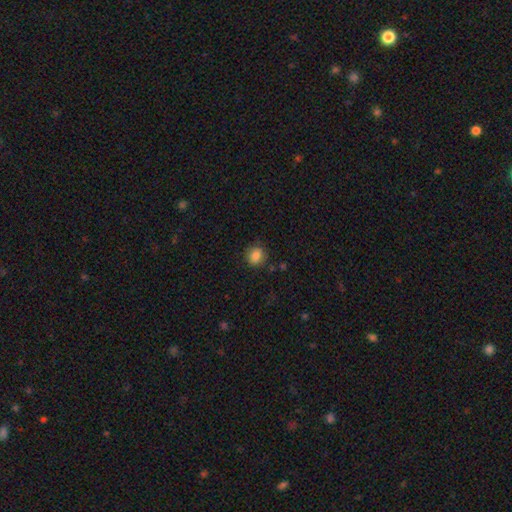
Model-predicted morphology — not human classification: The model was most divided on "how rounded": round: 73%, in between: 26%, cigar-shaped: 1%. More confident: smooth or featured — smooth (84%); merging — none (82%).